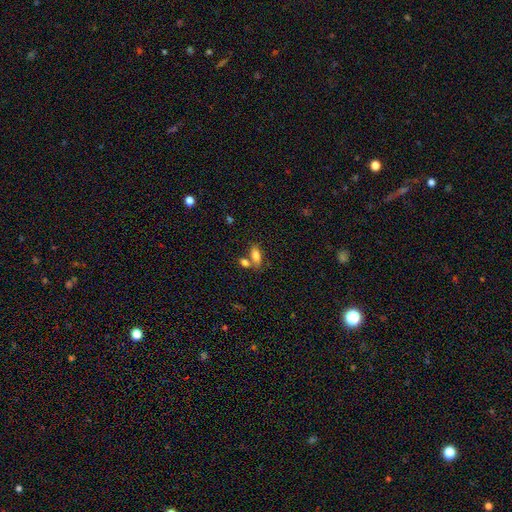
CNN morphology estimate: A smooth galaxy with no disk features (80%) that is in between round and cigar-shaped (86%).

Vote fractions:
- Smooth or featured? smooth: 80% / featured or disk: 12% / star or artifact: 9%
- How rounded? in between: 86% / cigar-shaped: 10% / round: 4%
- Merging? none: 56% / merger: 28% / minor disturbance: 12% / major disturbance: 4%